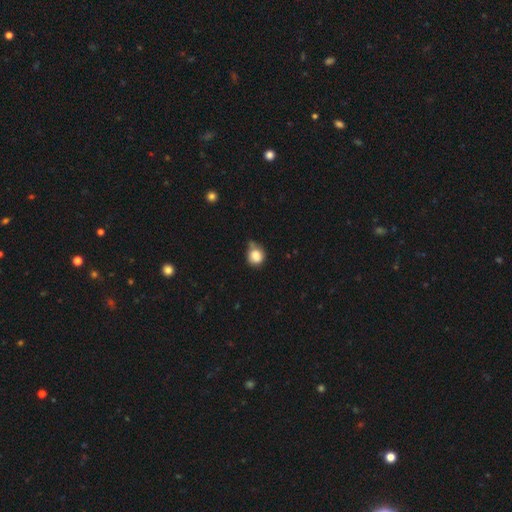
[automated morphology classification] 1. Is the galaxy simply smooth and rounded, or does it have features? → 84% smooth, 9% star or artifact, 7% featured or disk.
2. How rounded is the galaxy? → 82% round, 17% in between, 1% cigar-shaped.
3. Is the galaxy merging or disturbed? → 51% none, 31% minor disturbance, 11% merger, 7% major disturbance.